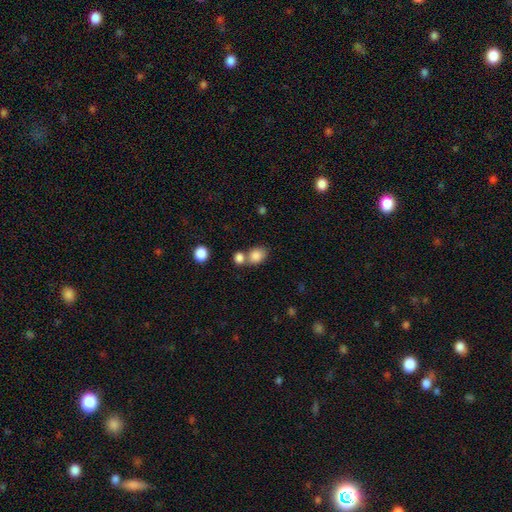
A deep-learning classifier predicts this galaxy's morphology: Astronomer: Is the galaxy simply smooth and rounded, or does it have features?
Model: smooth — 84%.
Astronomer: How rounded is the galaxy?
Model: in between — 51% (runner-up: round, 48%).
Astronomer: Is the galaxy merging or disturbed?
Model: none — 46% (runner-up: merger, 39%).